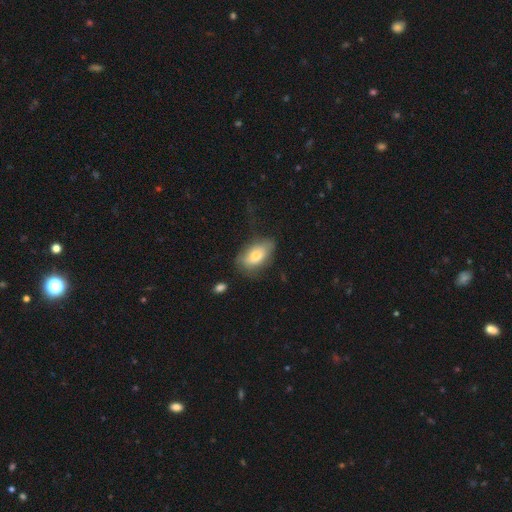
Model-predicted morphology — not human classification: smooth-or-featured: smooth: 74% | featured or disk: 19% | star or artifact: 7%
  how-rounded: in between: 91% | round: 6% | cigar-shaped: 3%
  merging: none: 59% | minor disturbance: 27% | major disturbance: 11% | merger: 2%